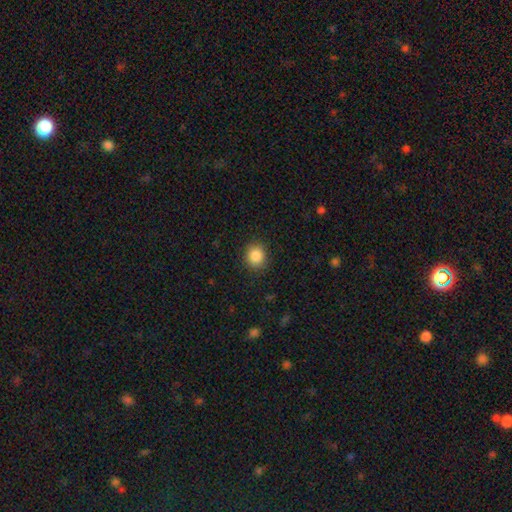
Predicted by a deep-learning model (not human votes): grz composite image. It shows a smooth galaxy with no disk features (87%) that is round (81%). Merging: none (89%).